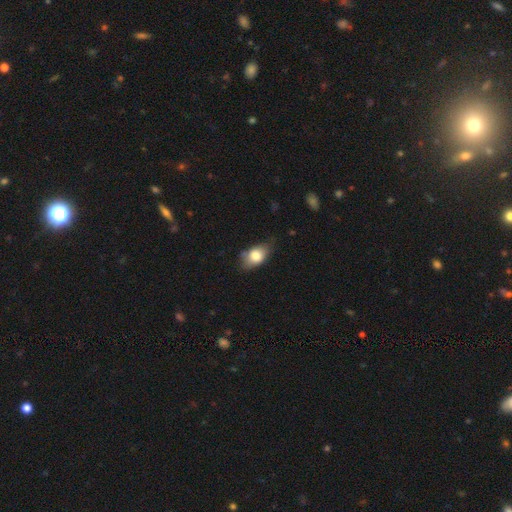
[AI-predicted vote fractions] The model was most divided on "merging": none: 60%, minor disturbance: 31%, major disturbance: 7%, merger: 2%. More confident: how rounded — in between (85%); smooth or featured — smooth (78%).